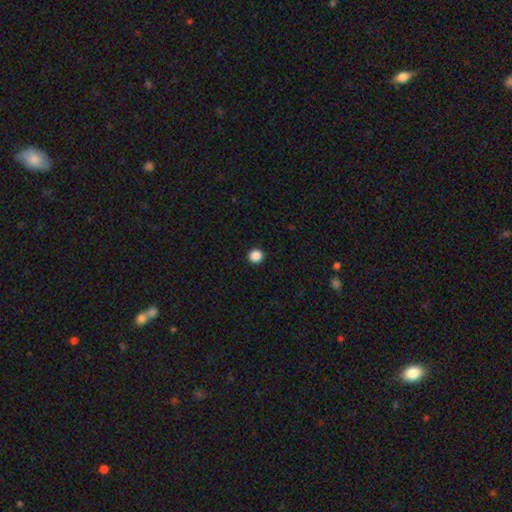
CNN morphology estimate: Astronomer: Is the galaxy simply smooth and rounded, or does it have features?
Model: smooth — 87%.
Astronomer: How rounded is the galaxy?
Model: round — 95%.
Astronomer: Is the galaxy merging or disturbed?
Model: none — 94%.